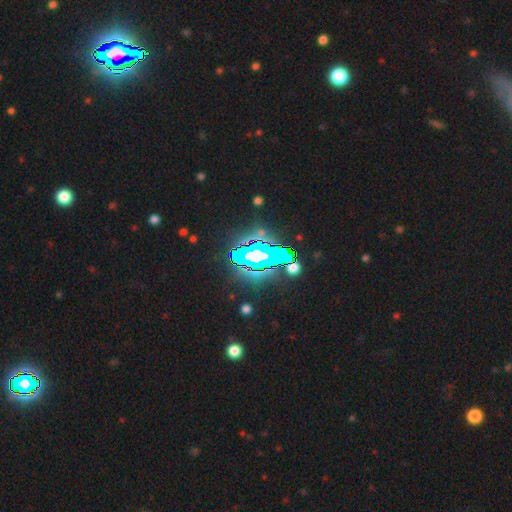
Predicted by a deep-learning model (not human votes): This is likely a star or artifact rather than a galaxy (73%).